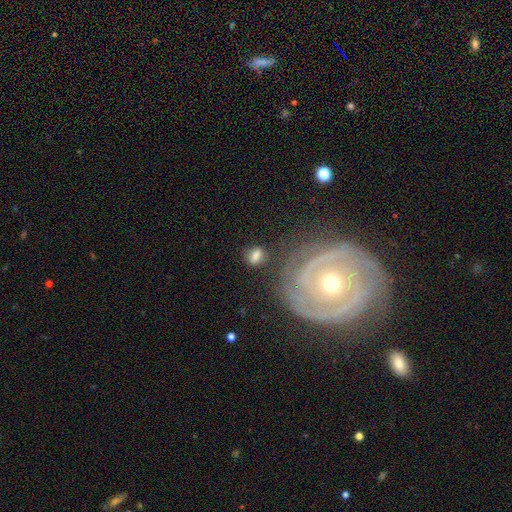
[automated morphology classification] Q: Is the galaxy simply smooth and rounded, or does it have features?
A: smooth — 71%.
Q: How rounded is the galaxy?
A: in between — 71%.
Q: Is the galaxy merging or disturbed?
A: none — 68%.